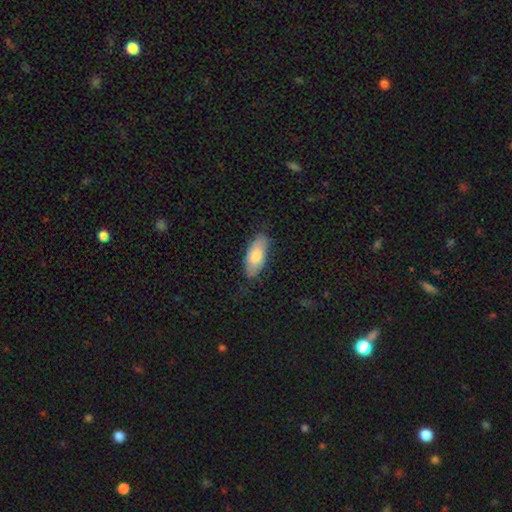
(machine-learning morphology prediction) This appears to be a smooth galaxy with no disk features (76%) that is in between round and cigar-shaped (85%). Merging: none (74%).